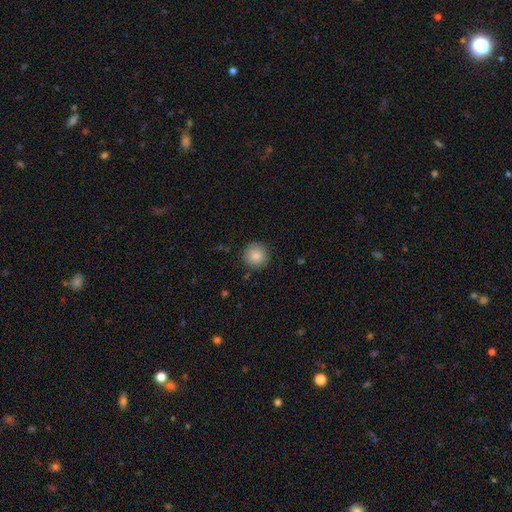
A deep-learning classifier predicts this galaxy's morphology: The model was most divided on "merging": none: 87%, minor disturbance: 9%, major disturbance: 3%, merger: 1%. More confident: how rounded — round (94%); smooth or featured — smooth (86%).